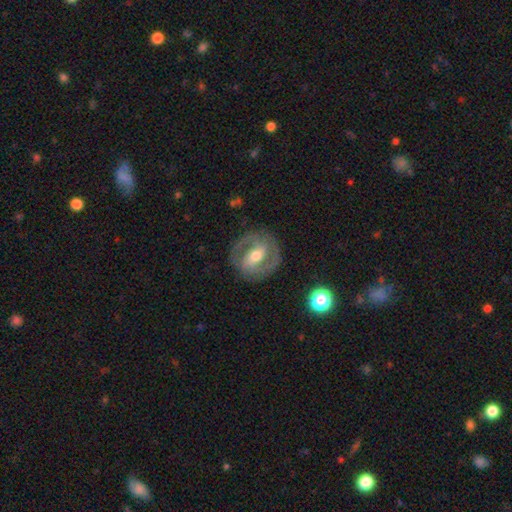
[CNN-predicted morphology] type=featured or disk (81%); edge-on=no (96%); bar=strong (47%); spiral arms=yes (81%); winding=tight (47%); arm count=2 (86%); bulge=moderate (68%); merging=none (84%).